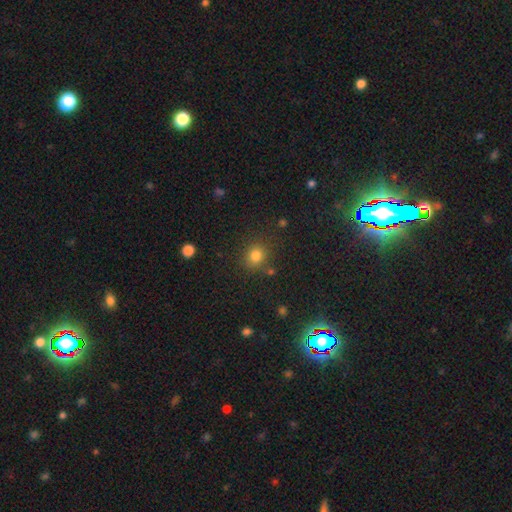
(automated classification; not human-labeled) smooth_or_featured: smooth (p=0.80) [alt: star or artifact p=0.14]
how_rounded: round (p=0.81) [alt: in between p=0.18]
merging: none (p=0.81) [alt: minor disturbance p=0.11]